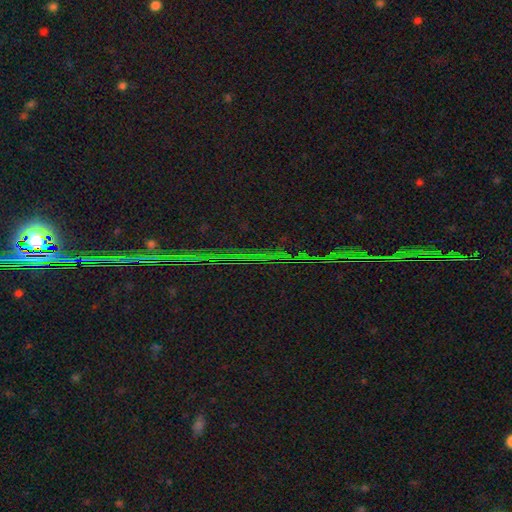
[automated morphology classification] Smooth or featured: star or artifact — 83% (featured or disk — 10%)